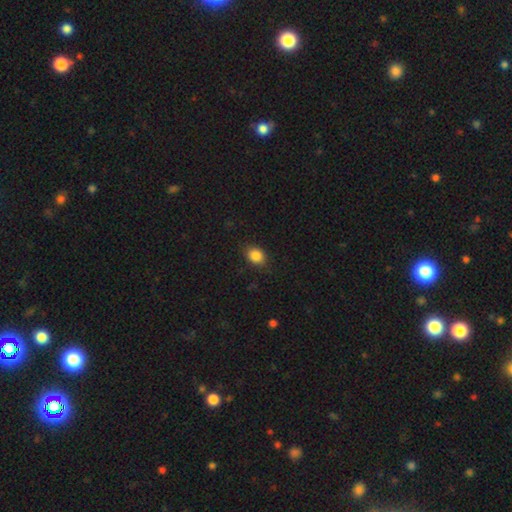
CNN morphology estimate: Smooth or featured: smooth — 86% (star or artifact — 9%)
How rounded: in between — 55% (round — 44%)
Merging: none — 83% (minor disturbance — 13%)